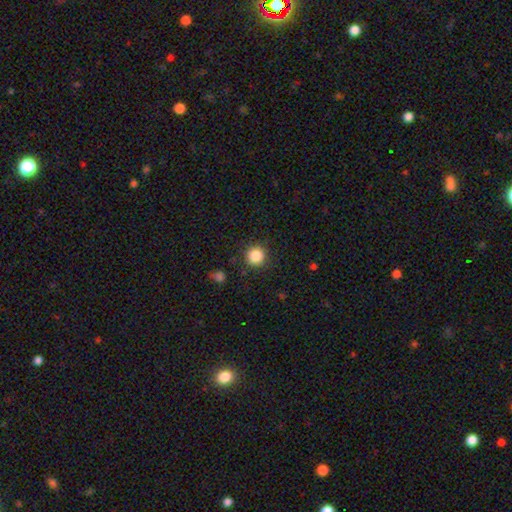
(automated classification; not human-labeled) A smooth galaxy with no disk features (86%) that is round (94%).

Vote fractions:
- Smooth or featured? smooth: 86% / star or artifact: 10% / featured or disk: 4%
- How rounded? round: 94% / in between: 5% / cigar-shaped: 1%
- Merging? none: 89% / minor disturbance: 7% / major disturbance: 3% / merger: 2%